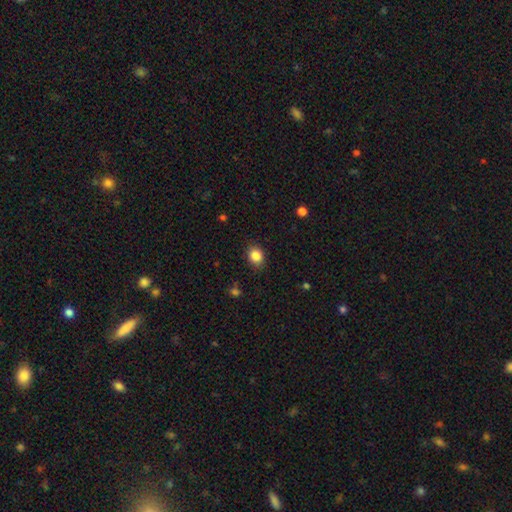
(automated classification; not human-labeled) Smooth or featured? Predicted: smooth (p=0.86). How rounded? Predicted: round (p=0.54). Merging? Predicted: none (p=0.86).